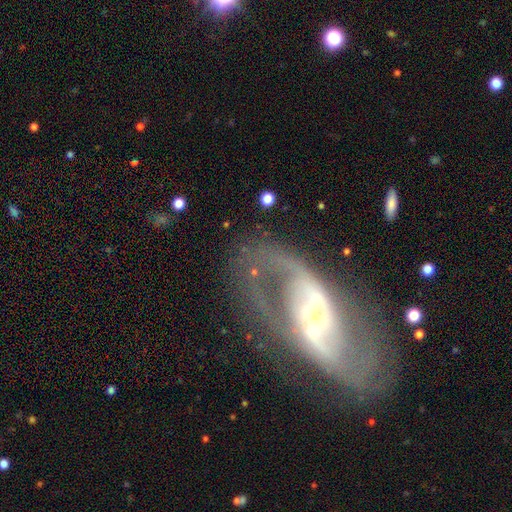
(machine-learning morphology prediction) Smooth or featured?
  - featured or disk: 86% *
  - smooth: 8%
  - star or artifact: 7%
Edge-on disk?
  - no: 94% *
  - yes: 6%
Bar?
  - strong: 41% *
  - weak: 34%
  - no: 24%
Spiral arms?
  - yes: 89% *
  - no: 11%
Spiral winding?
  - loose: 46% *
  - medium: 40%
  - tight: 14%
Spiral arm count?
  - 2: 85% *
  - can't tell: 5%
  - 1: 5%
  - 3: 2%
  - 4: 1%
  - more than 4: 1%
Bulge size?
  - small: 57% *
  - moderate: 34%
  - large: 6%
  - none: 2%
  - dominant: 2%
Merging?
  - none: 64% *
  - major disturbance: 17%
  - minor disturbance: 14%
  - merger: 5%